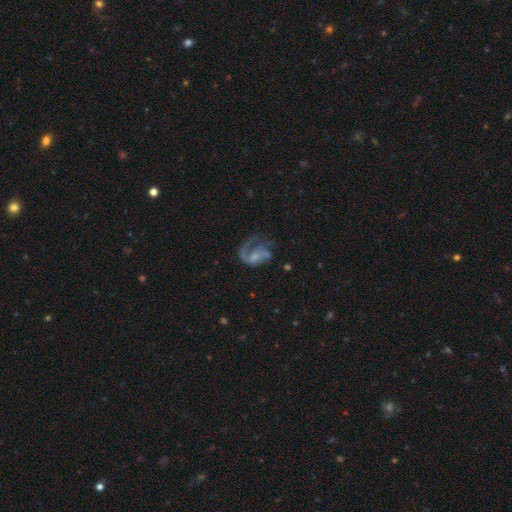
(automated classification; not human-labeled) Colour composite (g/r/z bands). It shows a featured or disk galaxy (68%) with no bar (62%), 1 (69%) loose (47%) spiral arms (76%) and no central bulge (38%). Merging: major disturbance (45%).